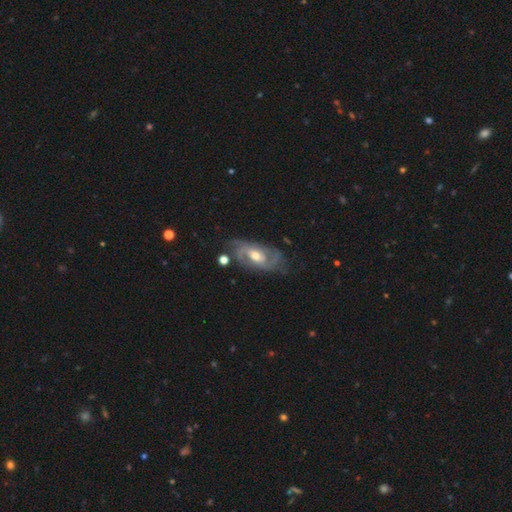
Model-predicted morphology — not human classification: Overall: featured or disk (87%). Edge-on disk: no (95%). Bar: weak (45%; no 39%). Spiral arms: yes (96%). Spiral arm count: 2 (59%). Spiral winding: medium (47%; tight 39%). Bulge size: moderate (69%). Merging: none (67%).